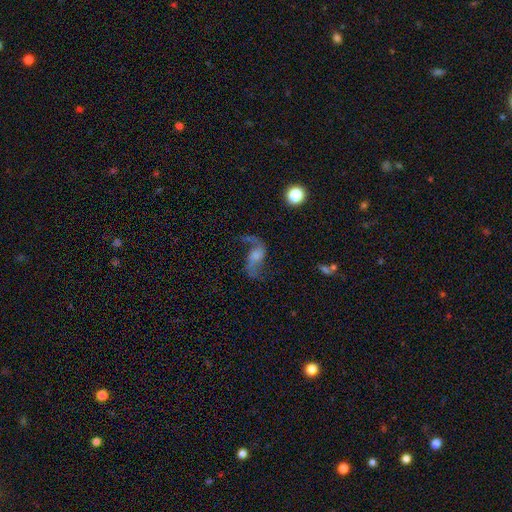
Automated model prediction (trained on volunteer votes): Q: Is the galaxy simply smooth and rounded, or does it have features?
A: featured or disk — 81%.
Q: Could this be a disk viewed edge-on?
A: no — 96%.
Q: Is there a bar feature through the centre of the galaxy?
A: no — 47%.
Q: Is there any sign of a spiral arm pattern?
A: yes — 95%.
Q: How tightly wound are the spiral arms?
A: loose — 84%.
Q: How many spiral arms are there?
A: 2 — 91%.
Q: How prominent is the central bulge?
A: moderate — 29%.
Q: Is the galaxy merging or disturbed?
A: none — 64%.